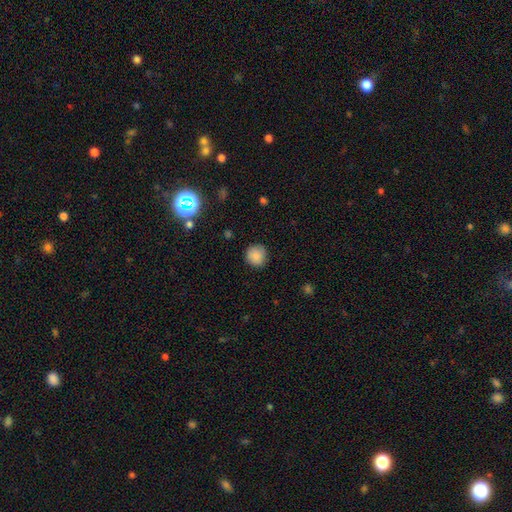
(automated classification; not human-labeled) Smooth or featured? Predicted: smooth (p=0.86). How rounded? Predicted: round (p=0.93). Merging? Predicted: none (p=0.88).